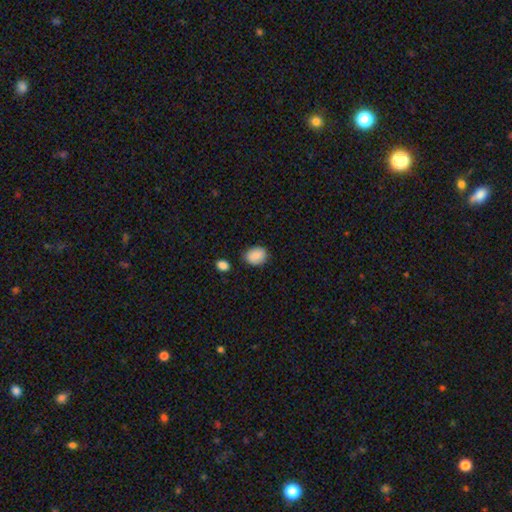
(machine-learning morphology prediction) Smooth or featured: smooth — 87% (star or artifact — 8%)
How rounded: in between — 54% (round — 45%)
Merging: none — 78% (minor disturbance — 15%)